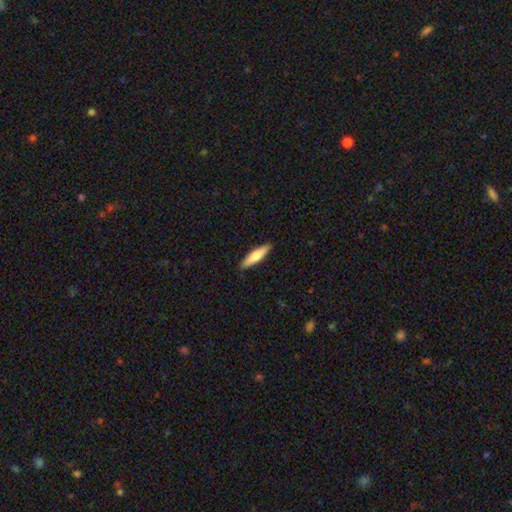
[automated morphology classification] A smooth galaxy with no disk features (65%) that is cigar-shaped (76%).

Vote fractions:
- Smooth or featured? smooth: 65% / featured or disk: 30% / star or artifact: 5%
- How rounded? cigar-shaped: 76% / in between: 23% / round: 2%
- Merging? none: 90% / minor disturbance: 7% / major disturbance: 1% / merger: 1%